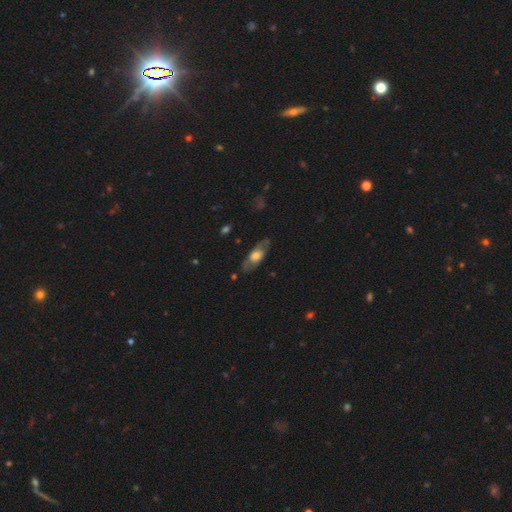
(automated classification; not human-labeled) Smooth or featured?
  - featured or disk: 51% *
  - smooth: 43%
  - star or artifact: 6%
Edge-on disk?
  - no: 64% *
  - yes: 36%
Merging?
  - none: 76% *
  - minor disturbance: 17%
  - major disturbance: 6%
  - merger: 1%